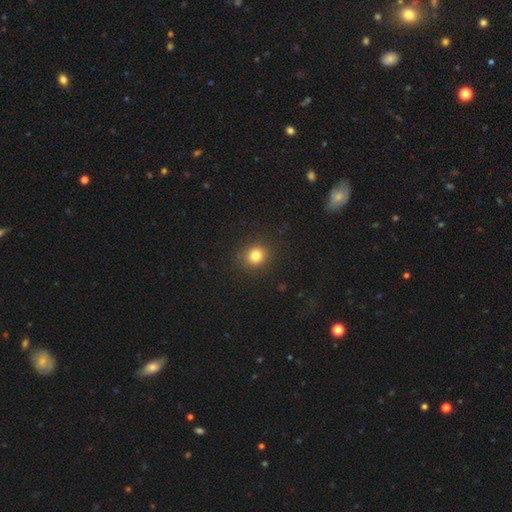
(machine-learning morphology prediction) Q: Smooth or featured?
A: smooth (82%); runner-up: star or artifact (13%)
Q: How rounded?
A: round (86%); runner-up: in between (13%)
Q: Merging?
A: none (90%); runner-up: minor disturbance (7%)